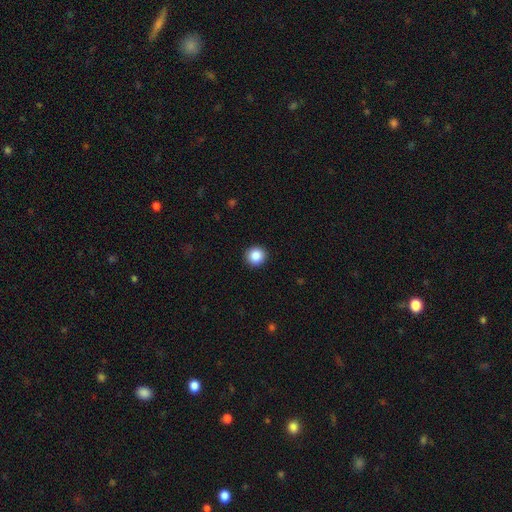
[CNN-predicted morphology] A smooth galaxy with no disk features (87%) that is round (94%). Merging: none (93%).